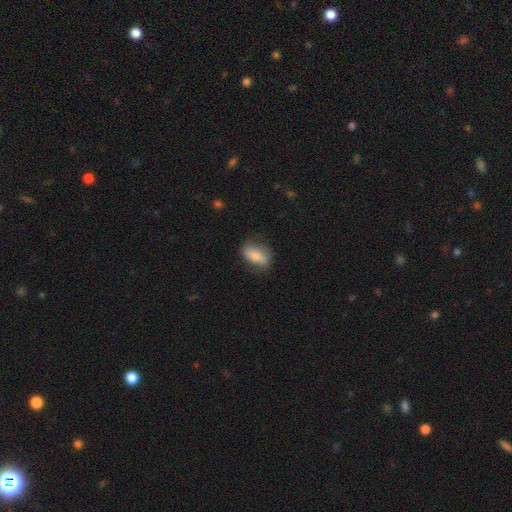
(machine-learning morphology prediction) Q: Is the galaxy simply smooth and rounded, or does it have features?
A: smooth — 63%.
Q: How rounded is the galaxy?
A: in between — 85%.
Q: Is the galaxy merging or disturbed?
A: none — 63%.